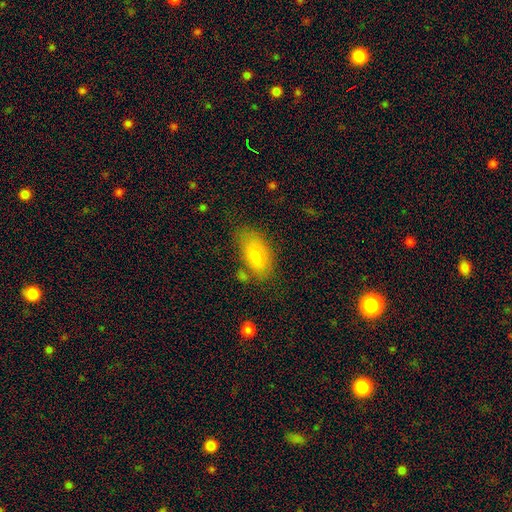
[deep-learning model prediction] smooth 80%, featured or disk 13%, star or artifact 8%. Down the decision tree: how rounded — in between (90%); merging — none (68%).